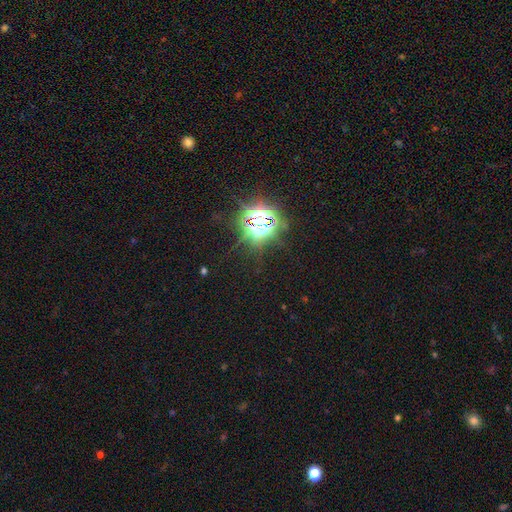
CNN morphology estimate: Smooth or featured: star or artifact — 83% (smooth — 10%)